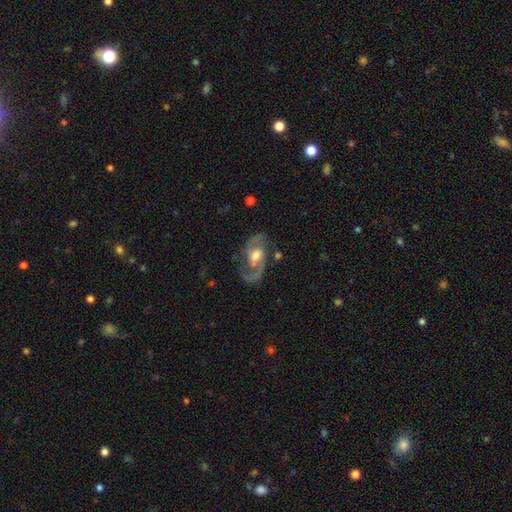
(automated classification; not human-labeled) A featured or disk galaxy (86%) with a weak bar (45%), 2 (85%) medium (54%) spiral arms (94%) and a moderate central bulge (65%).

Vote fractions:
- Smooth or featured? featured or disk: 86% / smooth: 9% / star or artifact: 5%
- Edge-on disk? no: 97% / yes: 3%
- Bar? weak: 45% / no: 42% / strong: 13%
- Spiral arms? yes: 94% / no: 6%
- Spiral winding? medium: 54% / loose: 31% / tight: 15%
- Spiral arm count? 2: 85% / 1: 7% / can't tell: 4% / 3: 2% / 4: 1% / more than 4: 1%
- Bulge size? moderate: 65% / small: 19% / large: 12% / none: 2% / dominant: 1%
- Merging? none: 67% / minor disturbance: 16% / major disturbance: 14% / merger: 3%